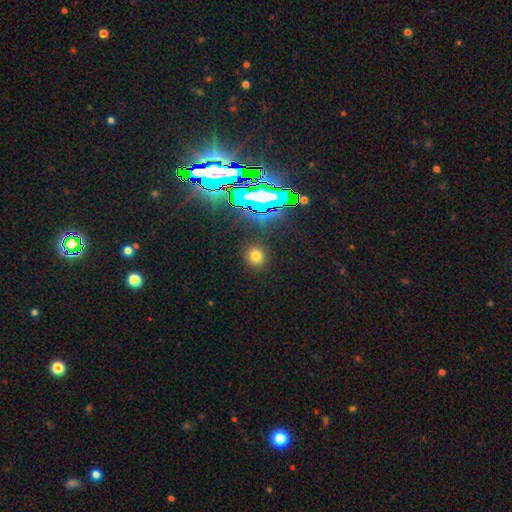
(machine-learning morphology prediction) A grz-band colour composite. It shows a smooth galaxy with no disk features (70%) that is round (89%). Merging: none (90%).